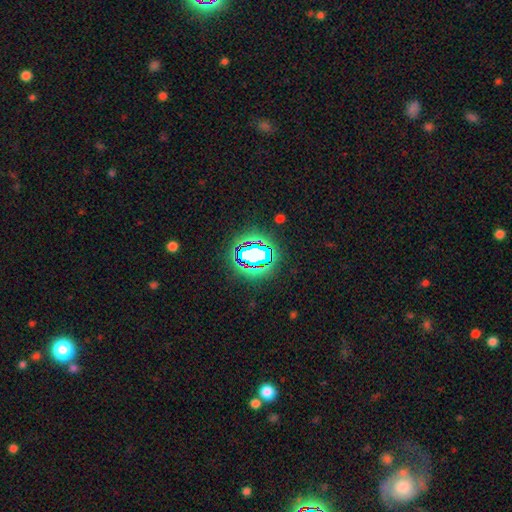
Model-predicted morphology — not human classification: smooth-or-featured: star or artifact: 76% | smooth: 16% | featured or disk: 9%